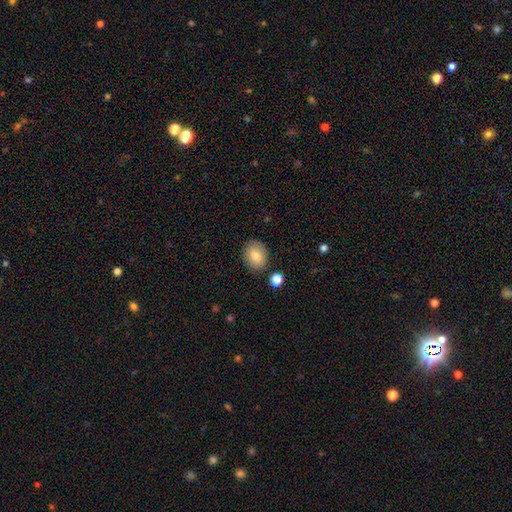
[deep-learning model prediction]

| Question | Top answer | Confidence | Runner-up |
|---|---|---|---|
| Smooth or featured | smooth | 80% | featured or disk (12%) |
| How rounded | in between | 60% | round (39%) |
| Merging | none | 83% | minor disturbance (11%) |